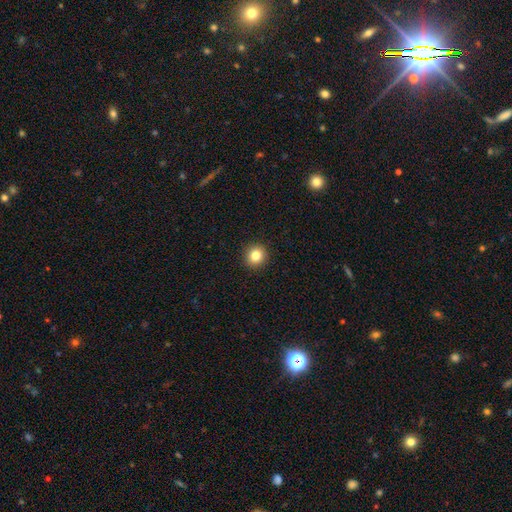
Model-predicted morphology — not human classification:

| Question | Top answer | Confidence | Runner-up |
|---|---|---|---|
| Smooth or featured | smooth | 82% | star or artifact (11%) |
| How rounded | round | 92% | in between (7%) |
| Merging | none | 93% | minor disturbance (4%) |